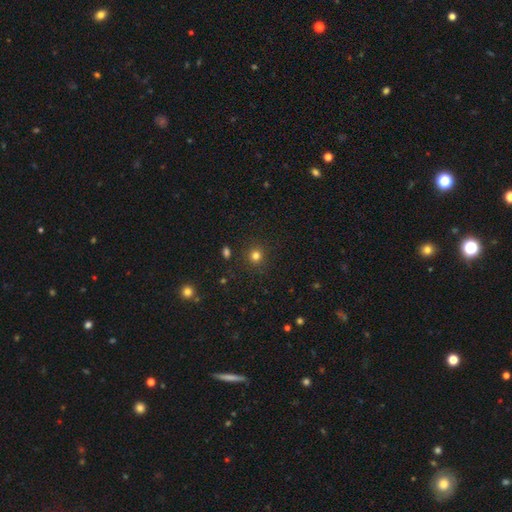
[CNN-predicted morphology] A smooth galaxy with no disk features (79%) that is round (93%).

Vote fractions:
- Smooth or featured? smooth: 79% / star or artifact: 16% / featured or disk: 5%
- How rounded? round: 93% / in between: 6% / cigar-shaped: 1%
- Merging? none: 89% / minor disturbance: 6% / major disturbance: 2% / merger: 2%